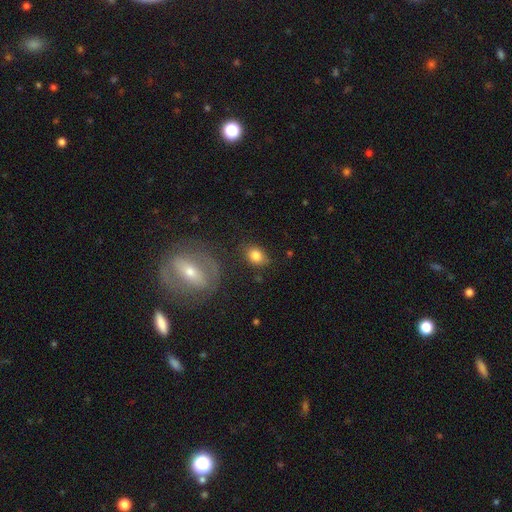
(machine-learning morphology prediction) Smooth or featured? Predicted: smooth (p=0.81). How rounded? Predicted: in between (p=0.65). Merging? Predicted: none (p=0.77).